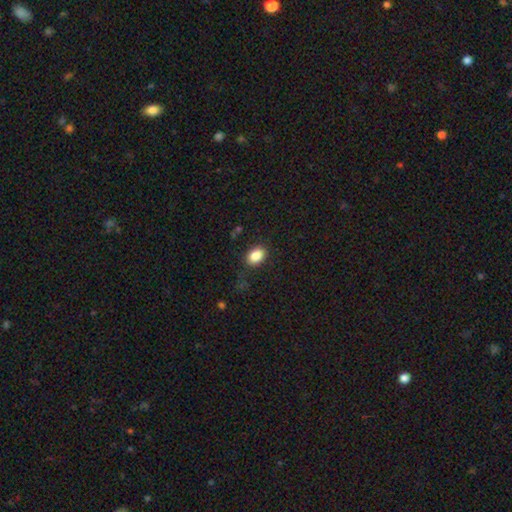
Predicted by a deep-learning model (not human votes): Smooth or featured? Predicted: smooth (p=0.86). How rounded? Predicted: in between (p=0.79). Merging? Predicted: none (p=0.84).